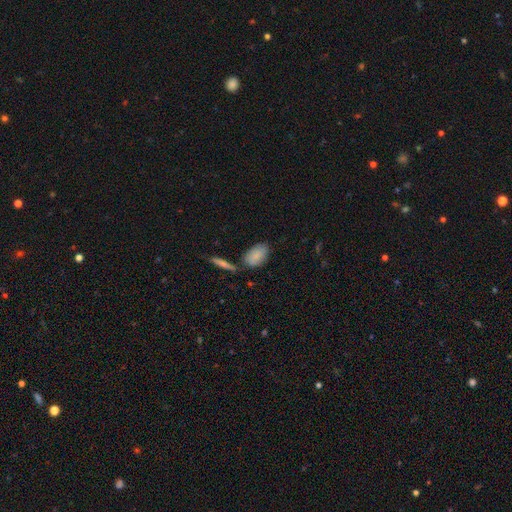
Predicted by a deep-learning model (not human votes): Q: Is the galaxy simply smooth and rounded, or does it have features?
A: smooth — 82%.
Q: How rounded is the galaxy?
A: in between — 91%.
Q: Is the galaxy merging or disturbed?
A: none — 65%.